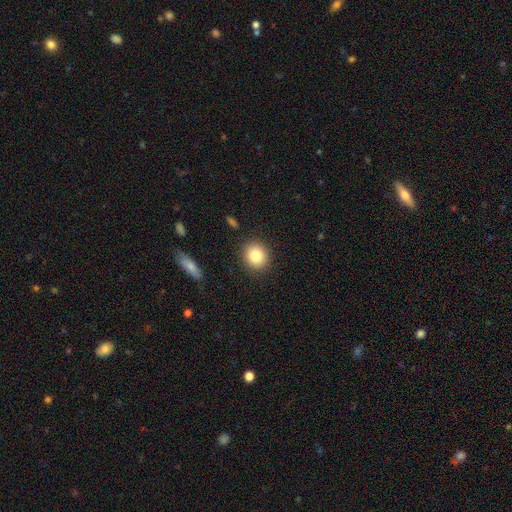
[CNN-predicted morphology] smooth 84%, star or artifact 9%, featured or disk 7%. Down the decision tree: how rounded — round (80%); merging — none (89%).